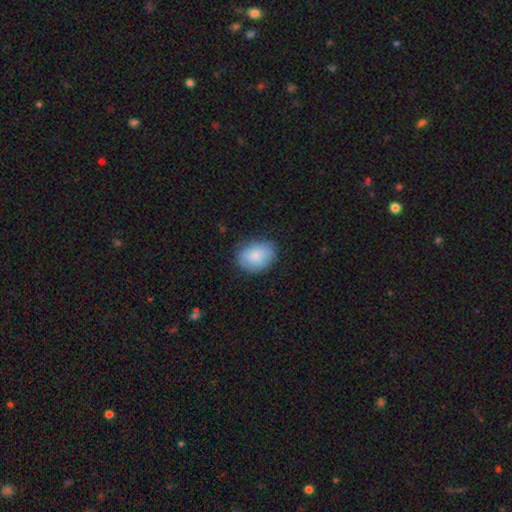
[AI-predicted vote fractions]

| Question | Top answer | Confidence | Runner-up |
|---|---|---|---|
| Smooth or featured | smooth | 82% | featured or disk (11%) |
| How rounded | in between | 68% | round (31%) |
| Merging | none | 77% | minor disturbance (18%) |